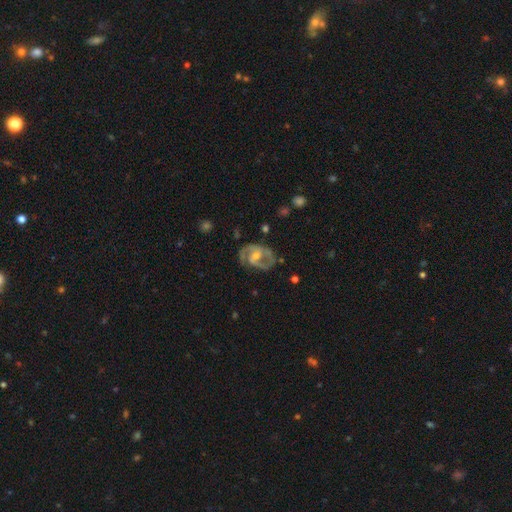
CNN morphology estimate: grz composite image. It shows a featured or disk galaxy (82%) with a weak bar (43%), 2 (75%) medium (50%) spiral arms (86%) and a moderate central bulge (51%). Merging: none (68%).